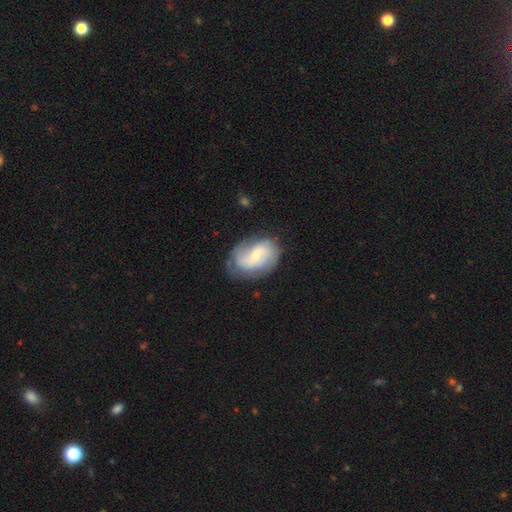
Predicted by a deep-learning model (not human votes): Morphology: type=featured or disk (71%); edge-on=no (97%); bar=no (45%, tied with weak); spiral arms=yes (91%); winding=medium (44%); arm count=2 (57%); bulge=small (64%); merging=none (68%).